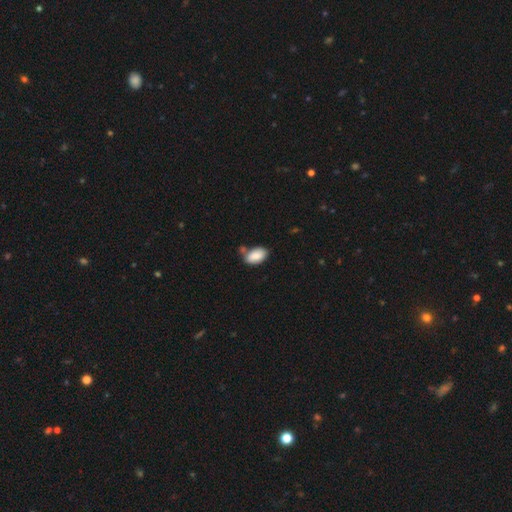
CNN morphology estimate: smooth-or-featured: smooth: 87% | featured or disk: 7% | star or artifact: 7%
  how-rounded: in between: 94% | round: 5% | cigar-shaped: 1%
  merging: none: 61% | minor disturbance: 19% | merger: 16% | major disturbance: 4%